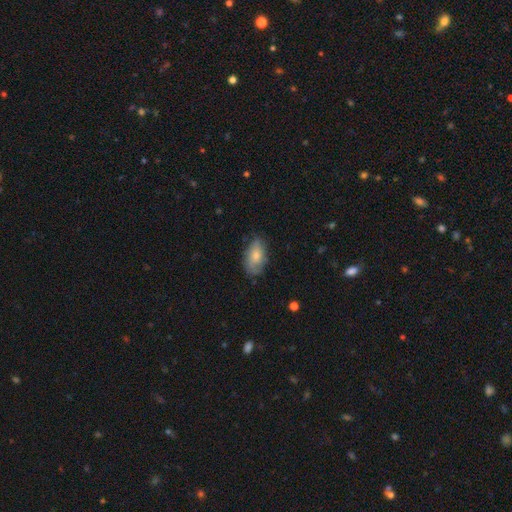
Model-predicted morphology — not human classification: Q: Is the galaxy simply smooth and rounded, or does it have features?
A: smooth — 72%.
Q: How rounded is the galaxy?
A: in between — 92%.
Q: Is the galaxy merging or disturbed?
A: none — 69%.